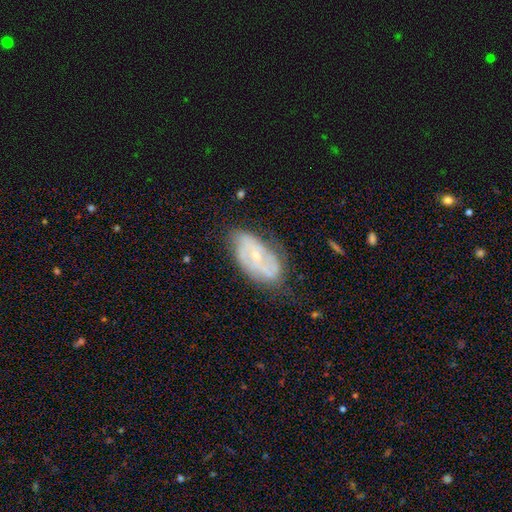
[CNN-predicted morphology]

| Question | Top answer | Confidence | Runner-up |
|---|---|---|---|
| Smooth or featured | featured or disk | 71% | smooth (22%) |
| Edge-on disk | no | 94% | yes (6%) |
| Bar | no | 62% | weak (29%) |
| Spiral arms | yes | 78% | no (22%) |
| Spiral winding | tight | 44% | medium (38%) |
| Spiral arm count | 2 | 49% | can't tell (33%) |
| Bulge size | small | 65% | moderate (31%) |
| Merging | none | 64% | minor disturbance (26%) |